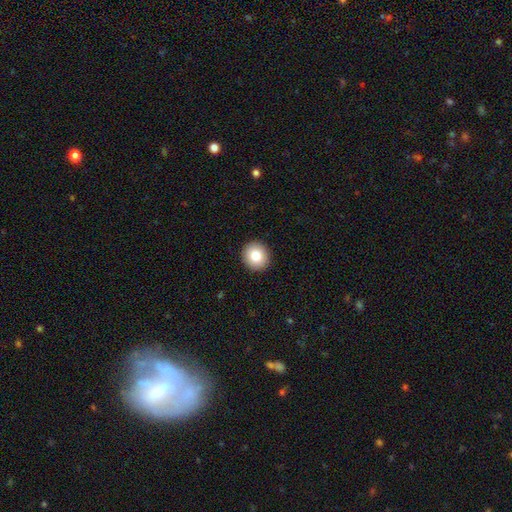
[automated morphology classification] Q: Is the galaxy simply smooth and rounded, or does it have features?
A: smooth — 84%.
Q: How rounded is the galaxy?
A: round — 88%.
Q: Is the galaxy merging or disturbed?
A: none — 93%.